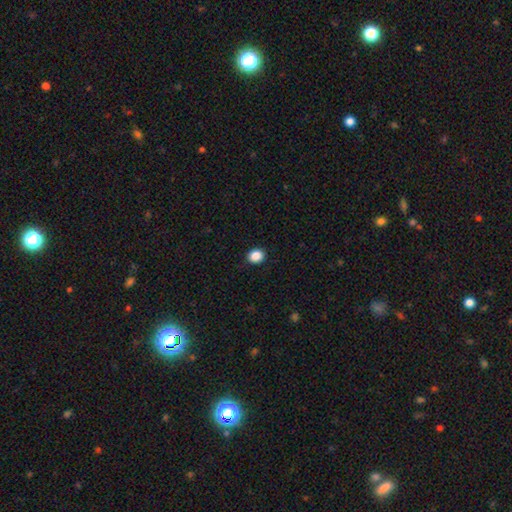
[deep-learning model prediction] The model was most divided on "how rounded": round: 64%, in between: 36%, cigar-shaped: 1%. More confident: merging — none (90%); smooth or featured — smooth (88%).